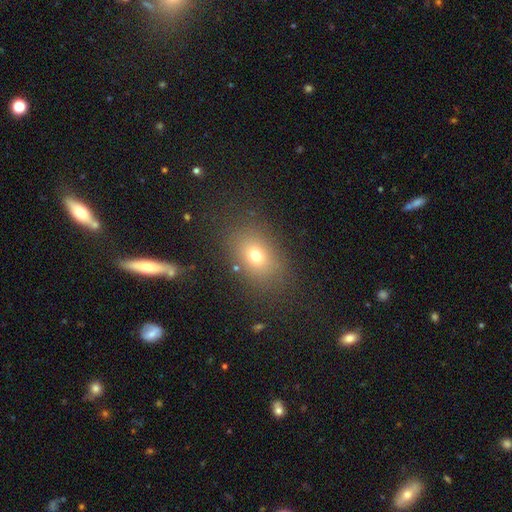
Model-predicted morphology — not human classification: Smooth or featured? Predicted: smooth (p=0.71). How rounded? Predicted: in between (p=0.73). Merging? Predicted: none (p=0.81).